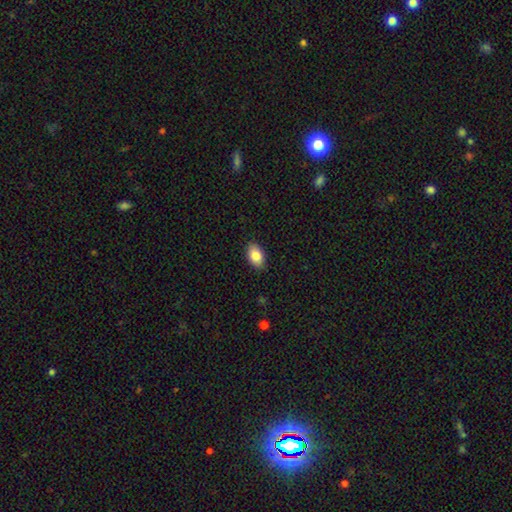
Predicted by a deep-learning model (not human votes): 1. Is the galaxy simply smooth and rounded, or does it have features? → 84% smooth, 8% featured or disk, 7% star or artifact.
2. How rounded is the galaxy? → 89% in between, 10% round, 1% cigar-shaped.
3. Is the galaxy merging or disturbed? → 88% none, 10% minor disturbance, 2% major disturbance, 1% merger.